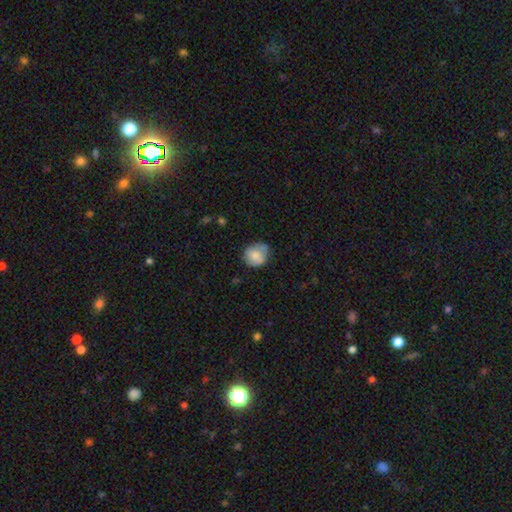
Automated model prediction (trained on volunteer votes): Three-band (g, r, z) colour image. It shows a smooth galaxy with no disk features (75%) that is round (81%). Merging: none (60%).